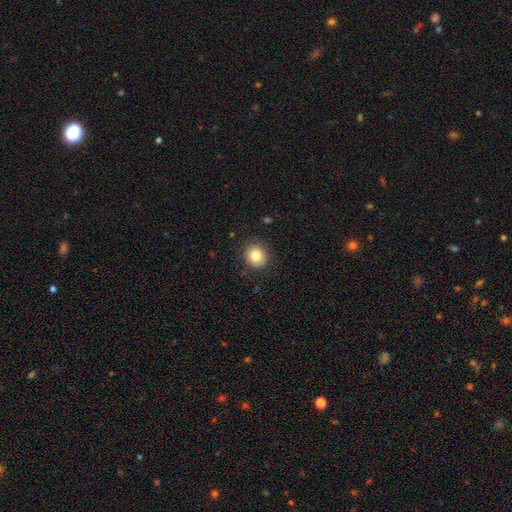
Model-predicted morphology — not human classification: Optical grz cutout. It shows a smooth galaxy with no disk features (82%) that is round (83%). Merging: none (88%).